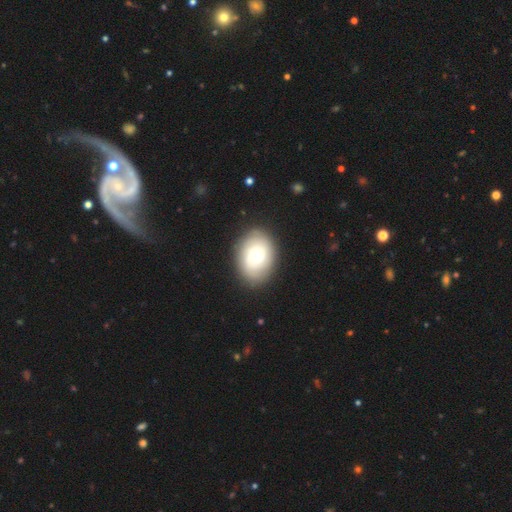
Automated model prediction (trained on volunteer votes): The model was most divided on "smooth or featured": smooth: 51%, featured or disk: 43%, star or artifact: 7%. More confident: merging — none (85%); how rounded — in between (67%).